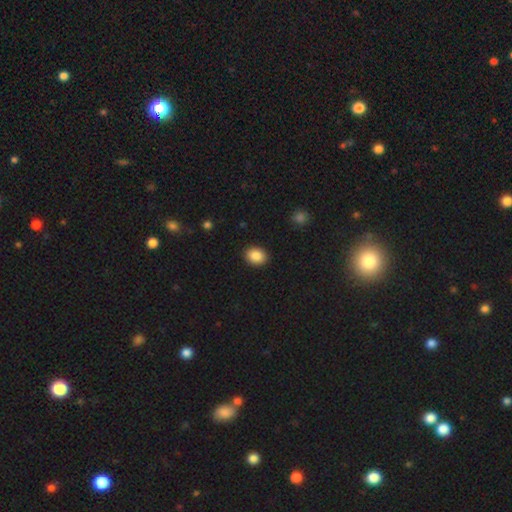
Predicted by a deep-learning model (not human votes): Smooth or featured: smooth — 88% (star or artifact — 8%)
How rounded: in between — 63% (round — 36%)
Merging: none — 90% (minor disturbance — 7%)